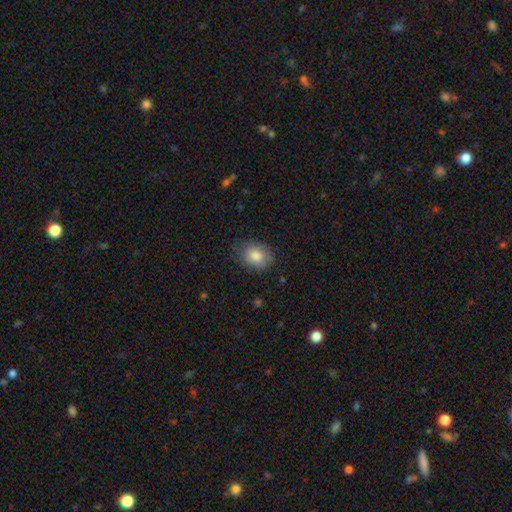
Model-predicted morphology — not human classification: The model was most divided on "how rounded": in between: 66%, round: 33%, cigar-shaped: 1%. More confident: smooth or featured — smooth (82%); merging — none (73%).